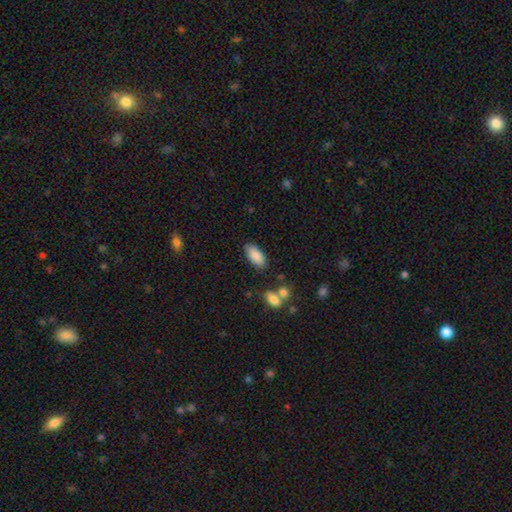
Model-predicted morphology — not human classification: smooth 87%, star or artifact 7%, featured or disk 6%. Down the decision tree: how rounded — in between (90%); merging — none (81%).